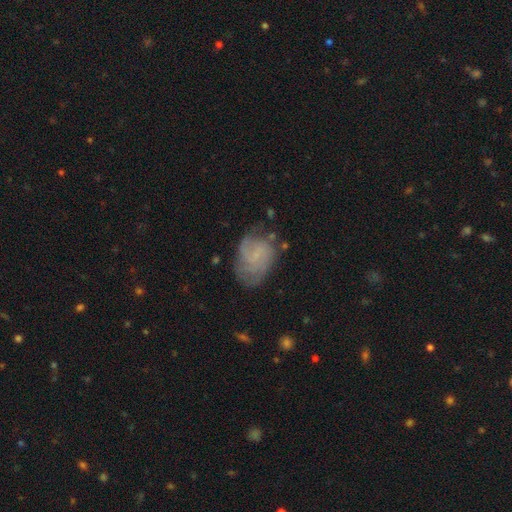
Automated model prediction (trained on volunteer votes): Smooth or featured?
  - featured or disk: 56% *
  - smooth: 34%
  - star or artifact: 9%
Edge-on disk?
  - no: 98% *
  - yes: 2%
Bar?
  - no: 63% *
  - weak: 32%
  - strong: 5%
Spiral arms?
  - yes: 80% *
  - no: 20%
Bulge size?
  - none: 47% *
  - small: 42%
  - moderate: 9%
  - large: 2%
  - dominant: 1%
Merging?
  - none: 54% *
  - minor disturbance: 27%
  - major disturbance: 16%
  - merger: 3%